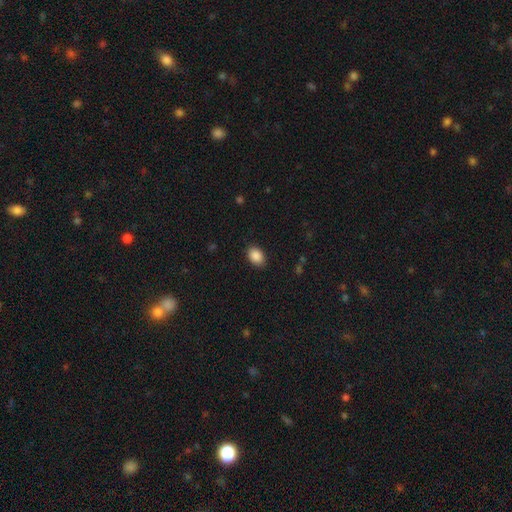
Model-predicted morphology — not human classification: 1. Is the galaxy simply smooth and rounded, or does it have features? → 89% smooth, 8% star or artifact, 3% featured or disk.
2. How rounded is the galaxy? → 78% in between, 21% round, 1% cigar-shaped.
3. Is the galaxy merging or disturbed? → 87% none, 9% minor disturbance, 2% major disturbance, 1% merger.